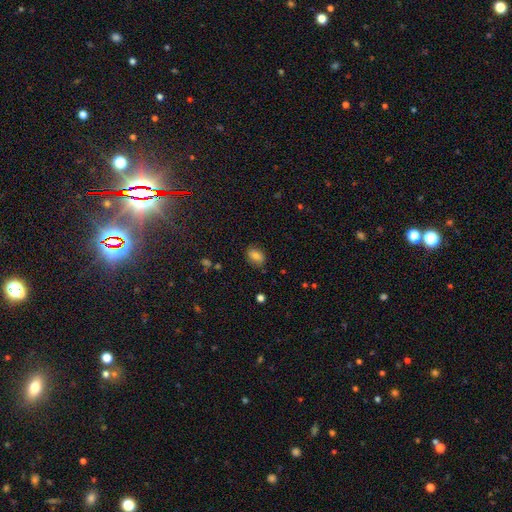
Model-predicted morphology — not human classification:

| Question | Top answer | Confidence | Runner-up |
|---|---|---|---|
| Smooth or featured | smooth | 79% | star or artifact (11%) |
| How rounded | in between | 73% | round (26%) |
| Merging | none | 81% | minor disturbance (14%) |